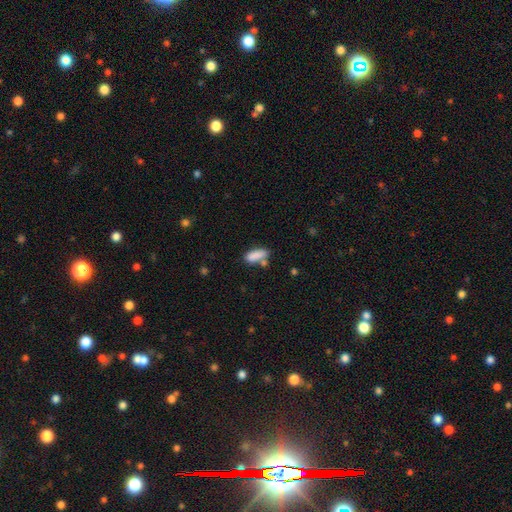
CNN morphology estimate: A smooth galaxy with no disk features (85%) that is in between round and cigar-shaped (70%). Merging: none (58%).